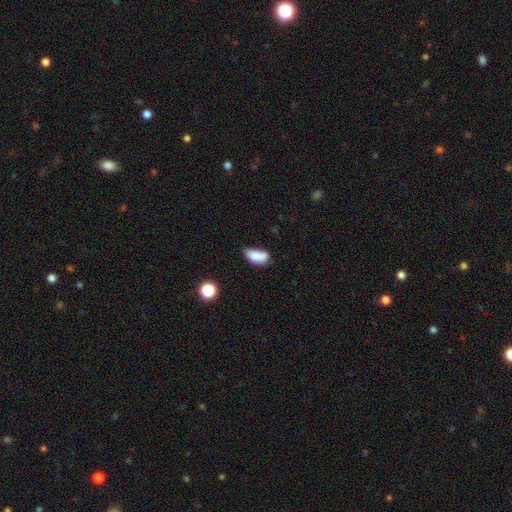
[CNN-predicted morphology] This appears to be a smooth galaxy with no disk features (75%) that is in between round and cigar-shaped (87%). Merging: minor disturbance (38%).